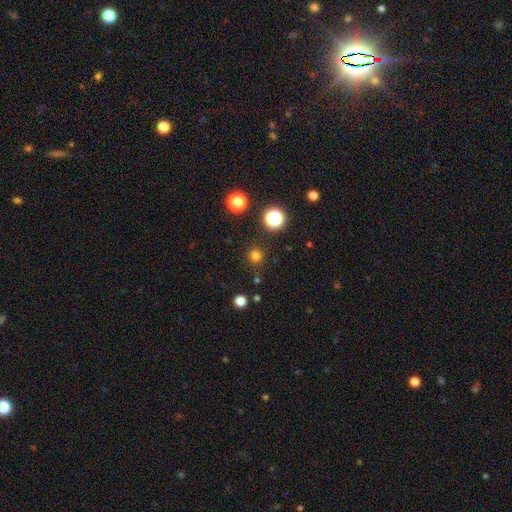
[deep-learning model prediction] Smooth or featured? smooth (76%)
How rounded? round (94%)
Merging? none (88%)